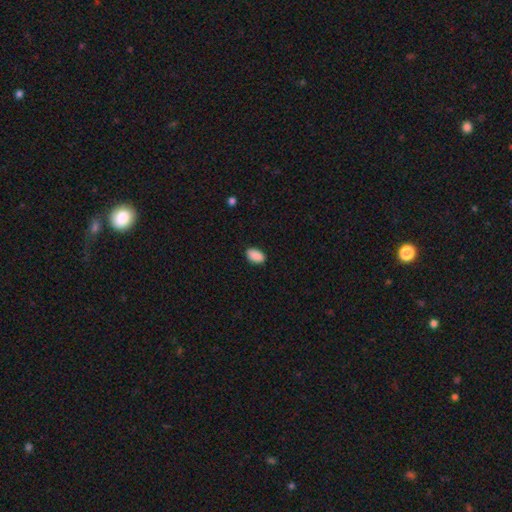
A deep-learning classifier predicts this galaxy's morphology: This appears to be a smooth galaxy with no disk features (90%) that is in between round and cigar-shaped (92%). Merging: none (86%).